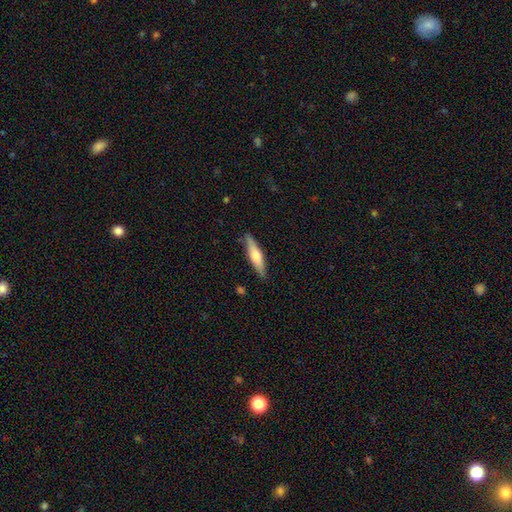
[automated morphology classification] This is possibly a smooth galaxy (54%). How rounded: likely cigar-shaped (77%). Merging: clearly none (86%).